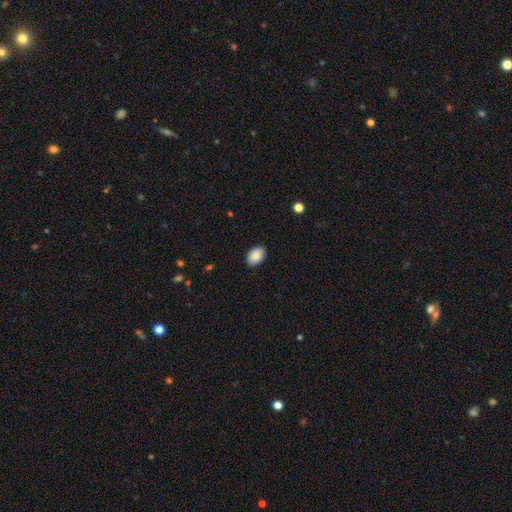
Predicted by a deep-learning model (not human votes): The model was most divided on "how rounded": in between: 86%, round: 13%, cigar-shaped: 1%. More confident: merging — none (88%); smooth or featured — smooth (87%).